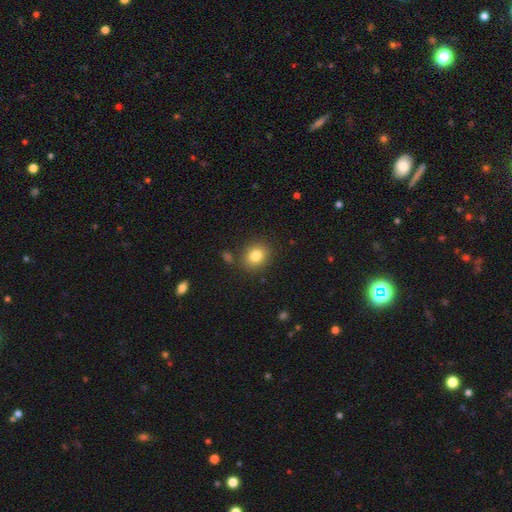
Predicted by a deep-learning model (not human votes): Smooth or featured?
  - smooth: 82% *
  - star or artifact: 11%
  - featured or disk: 8%
How rounded?
  - round: 60% *
  - in between: 39%
  - cigar-shaped: 1%
Merging?
  - none: 84% *
  - minor disturbance: 9%
  - merger: 4%
  - major disturbance: 3%